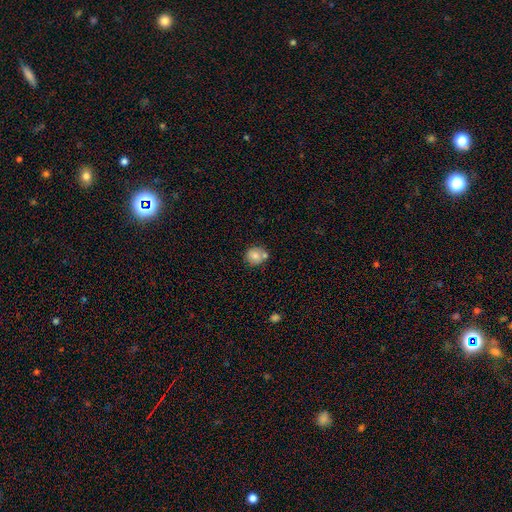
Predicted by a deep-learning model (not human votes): Morphology: type=smooth (77%); roundness=round (84%); merging=none (62%).